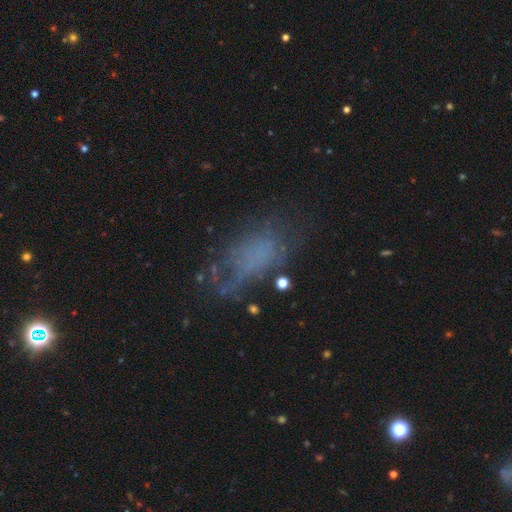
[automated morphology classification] type=smooth (49%); merging=none (47%).